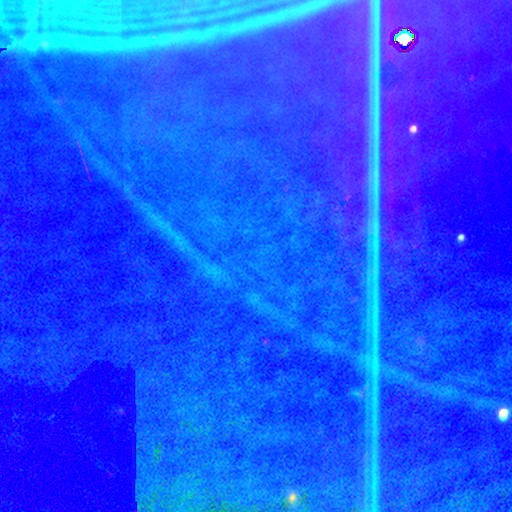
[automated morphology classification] smooth_or_featured: star or artifact (p=0.88) [alt: featured or disk p=0.07]